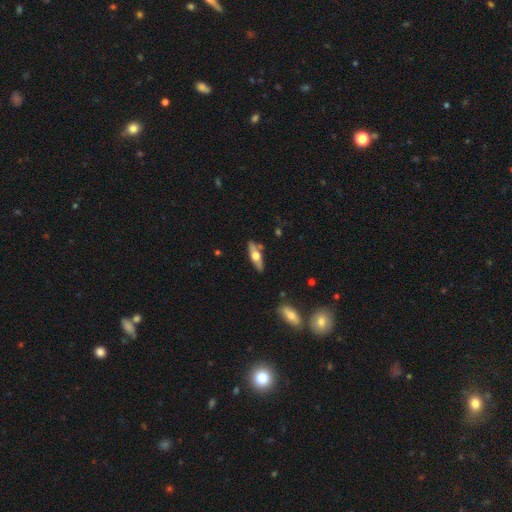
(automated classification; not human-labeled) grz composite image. It shows a featured or disk galaxy (52%) viewed edge-on (83%). Merging: none (78%).